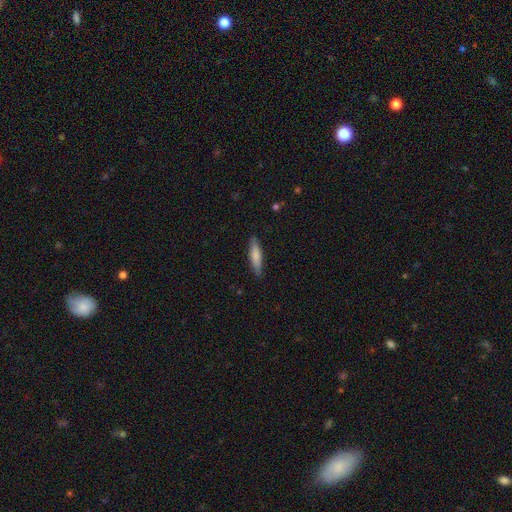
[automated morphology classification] smooth_or_featured: smooth (p=0.77) [alt: featured or disk p=0.17]
how_rounded: cigar-shaped (p=0.79) [alt: in between p=0.19]
merging: none (p=0.86) [alt: minor disturbance p=0.11]